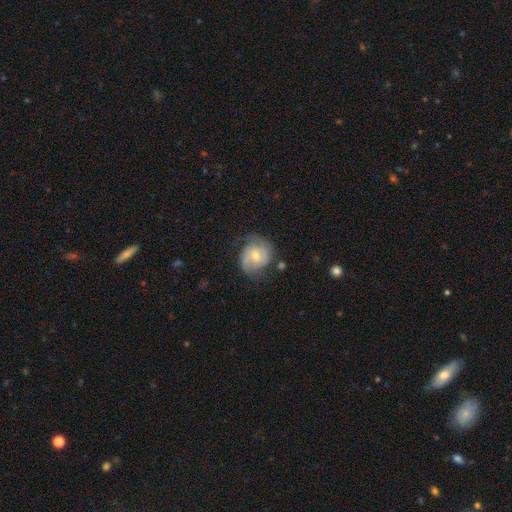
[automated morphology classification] Smooth or featured? Predicted: featured or disk (p=0.72). Edge-on disk? Predicted: no (p=0.97). Bar? Predicted: no (p=0.55). Spiral arms? Predicted: yes (p=0.92). Spiral winding? Predicted: medium (p=0.45). Spiral arm count? Predicted: 2 (p=0.71). Bulge size? Predicted: moderate (p=0.50). Merging? Predicted: none (p=0.64).